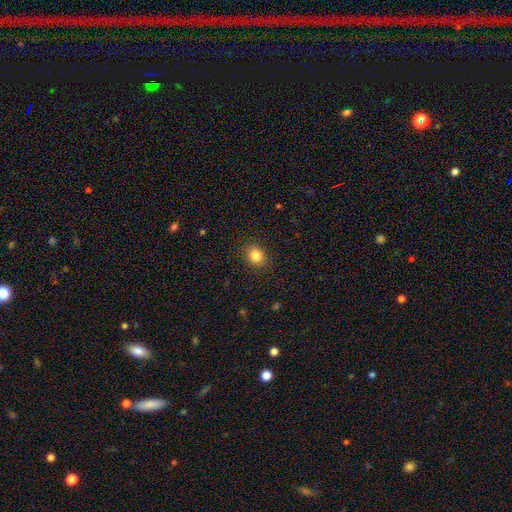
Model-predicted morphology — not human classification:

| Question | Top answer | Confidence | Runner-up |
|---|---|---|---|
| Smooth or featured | smooth | 84% | star or artifact (10%) |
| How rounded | round | 60% | in between (39%) |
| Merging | none | 89% | minor disturbance (8%) |